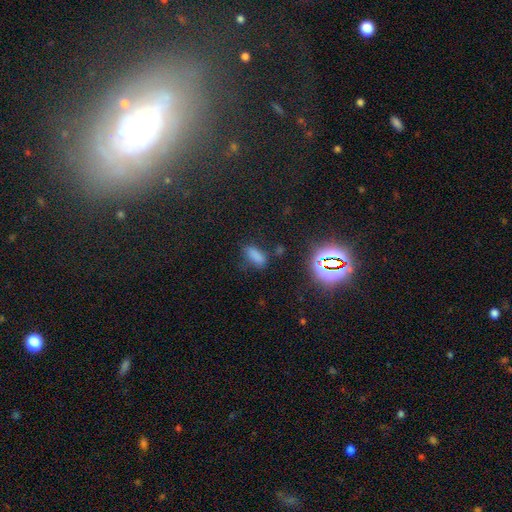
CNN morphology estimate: This is likely a smooth galaxy (72%). How rounded: clearly in between (83%). Merging: likely none (68%).